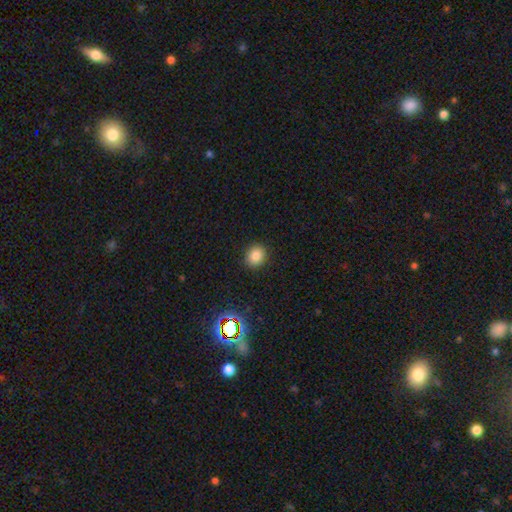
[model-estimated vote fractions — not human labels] Smooth or featured?
  - smooth: 82% *
  - star or artifact: 12%
  - featured or disk: 6%
How rounded?
  - round: 73% *
  - in between: 26%
  - cigar-shaped: 1%
Merging?
  - none: 90% *
  - minor disturbance: 7%
  - major disturbance: 2%
  - merger: 1%